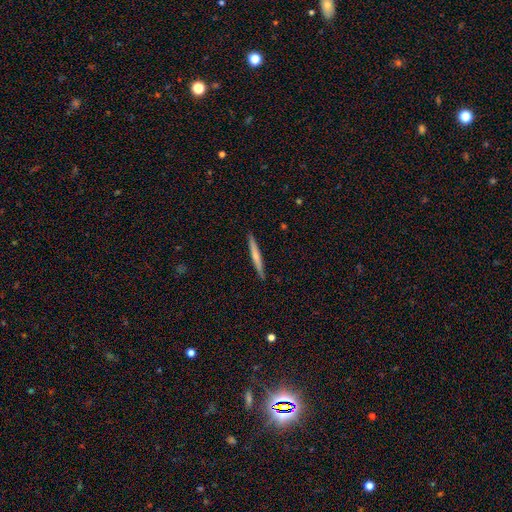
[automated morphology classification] A smooth galaxy with no disk features (53%) that is cigar-shaped (96%). Merging: none (91%).